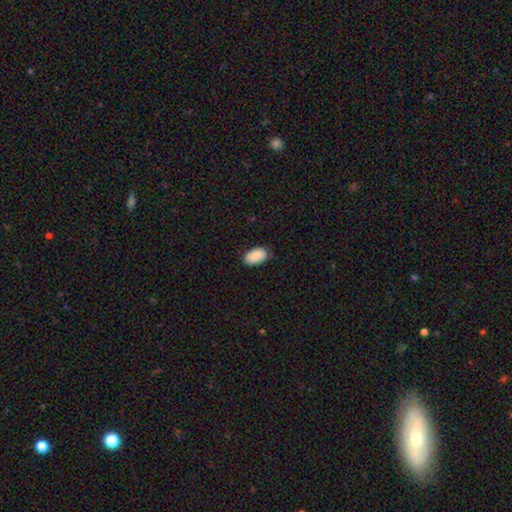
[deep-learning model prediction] smooth-or-featured: smooth: 89% | star or artifact: 6% | featured or disk: 5%
  how-rounded: in between: 94% | round: 4% | cigar-shaped: 1%
  merging: none: 77% | minor disturbance: 19% | major disturbance: 3% | merger: 1%